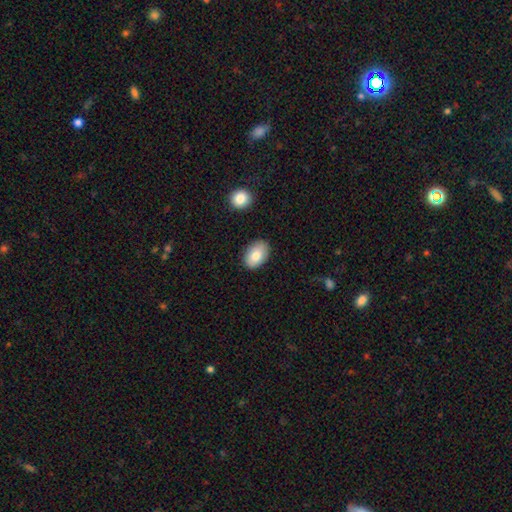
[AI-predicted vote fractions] Smooth or featured?
  - smooth: 81% *
  - featured or disk: 12%
  - star or artifact: 7%
How rounded?
  - in between: 89% *
  - round: 10%
  - cigar-shaped: 1%
Merging?
  - none: 85% *
  - minor disturbance: 11%
  - major disturbance: 2%
  - merger: 2%